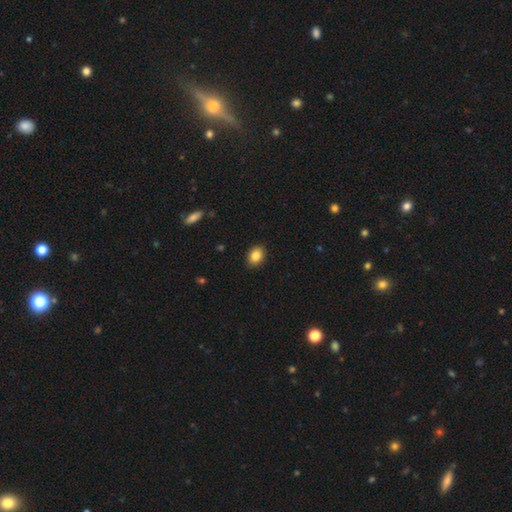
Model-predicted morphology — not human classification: Smooth or featured? Predicted: smooth (p=0.86). How rounded? Predicted: in between (p=0.67). Merging? Predicted: none (p=0.90).